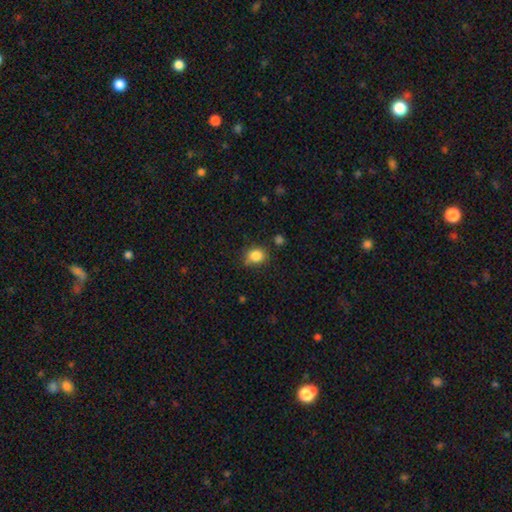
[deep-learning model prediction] Smooth or featured?
  - smooth: 85% *
  - star or artifact: 10%
  - featured or disk: 5%
How rounded?
  - round: 57% *
  - in between: 42%
  - cigar-shaped: 1%
Merging?
  - none: 73% *
  - minor disturbance: 18%
  - major disturbance: 4%
  - merger: 4%